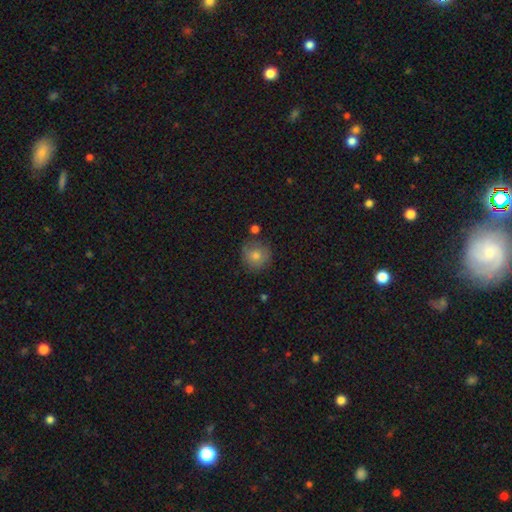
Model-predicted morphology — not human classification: A smooth galaxy with no disk features (74%) that is round (92%).

Vote fractions:
- Smooth or featured? smooth: 74% / featured or disk: 15% / star or artifact: 11%
- How rounded? round: 92% / in between: 7% / cigar-shaped: 1%
- Merging? none: 78% / minor disturbance: 14% / merger: 5% / major disturbance: 3%